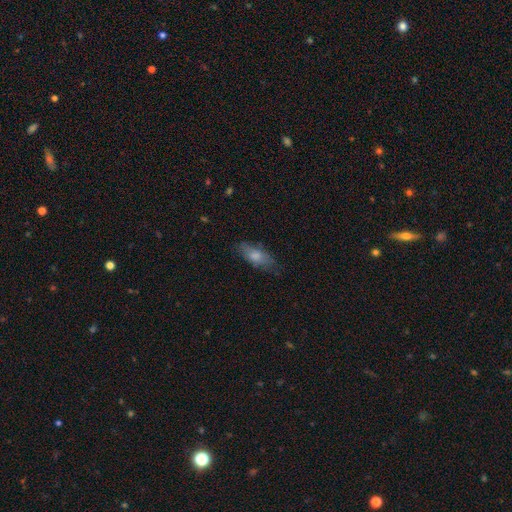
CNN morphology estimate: Q: Smooth or featured?
A: smooth (73%); runner-up: featured or disk (20%)
Q: How rounded?
A: in between (77%); runner-up: cigar-shaped (20%)
Q: Merging?
A: none (65%); runner-up: minor disturbance (25%)